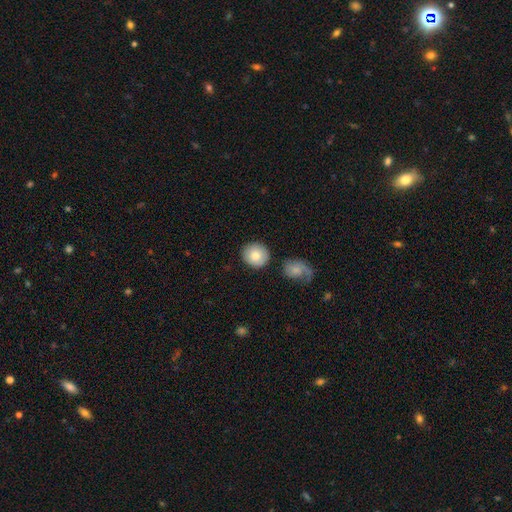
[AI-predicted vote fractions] smooth-or-featured: smooth: 80% | featured or disk: 12% | star or artifact: 7%
  how-rounded: round: 86% | in between: 13% | cigar-shaped: 1%
  merging: none: 82% | minor disturbance: 9% | merger: 6% | major disturbance: 3%